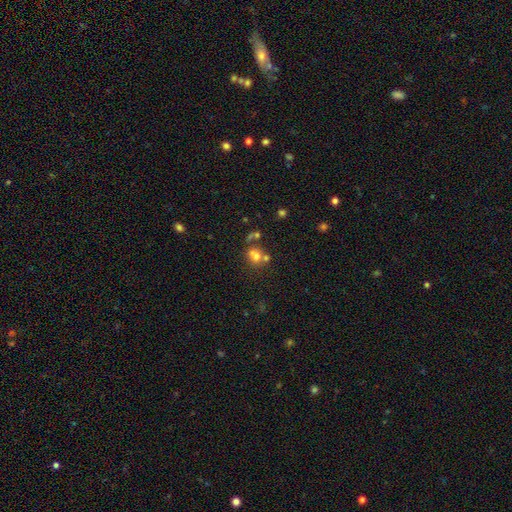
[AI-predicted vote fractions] Smooth or featured?
  - smooth: 63% *
  - featured or disk: 19%
  - star or artifact: 18%
How rounded?
  - round: 66% *
  - in between: 33%
  - cigar-shaped: 1%
Merging?
  - merger: 45% *
  - none: 38%
  - minor disturbance: 10%
  - major disturbance: 6%